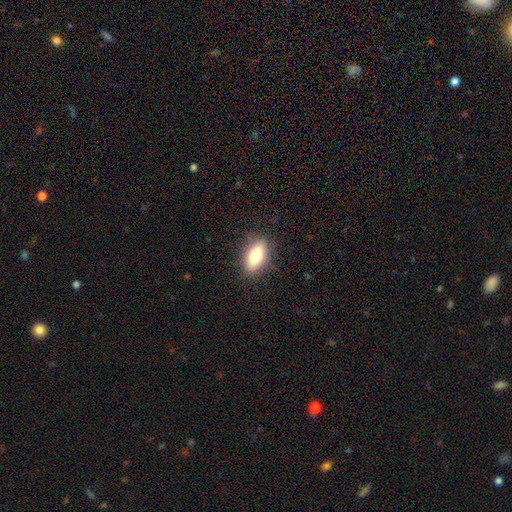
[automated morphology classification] type=smooth (74%); roundness=in between (84%); merging=none (85%).